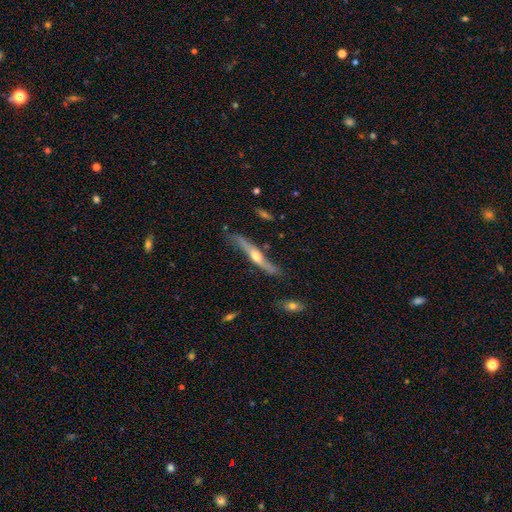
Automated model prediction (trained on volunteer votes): featured or disk 76%, smooth 19%, star or artifact 5%. Down the decision tree: edge-on disk — yes (93%); edge-on bulge — rounded (91%); merging — none (76%).